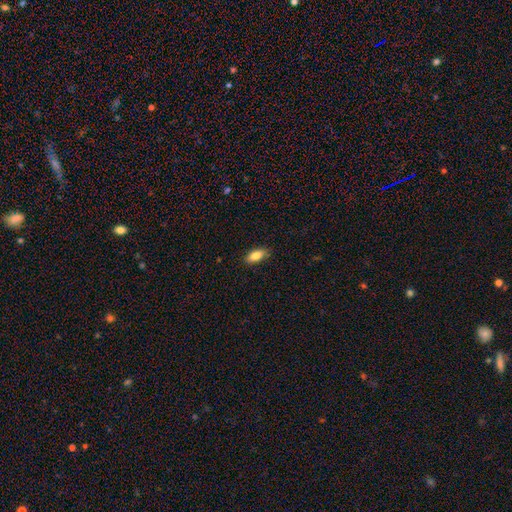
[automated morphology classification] This appears to be a smooth galaxy with no disk features (81%) that is in between round and cigar-shaped (80%). Merging: none (87%).